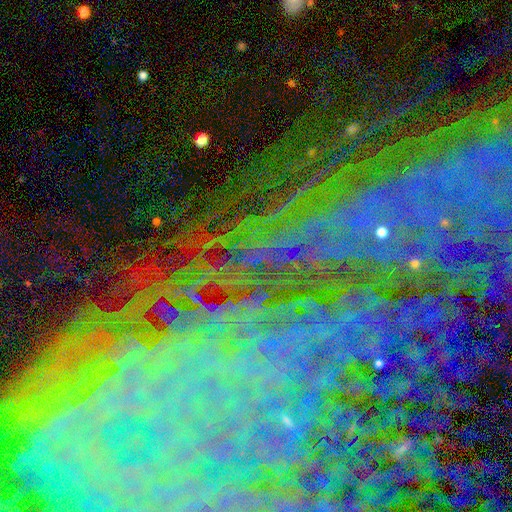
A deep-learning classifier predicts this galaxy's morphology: A star or artifact, not a galaxy (74%).

Vote fractions:
- Smooth or featured? star or artifact: 74% / featured or disk: 17% / smooth: 10%